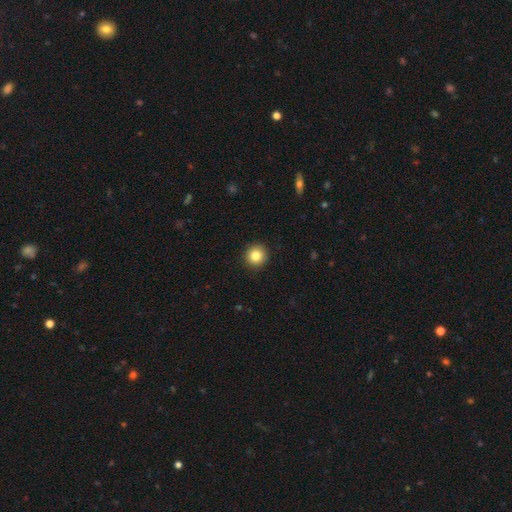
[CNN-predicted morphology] A smooth galaxy with no disk features (84%) that is round (93%). Merging: none (92%).